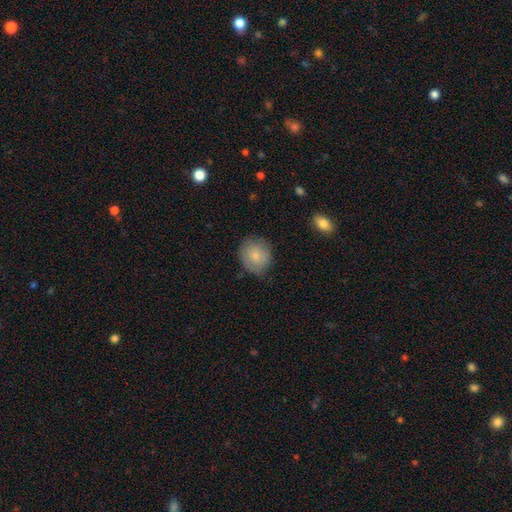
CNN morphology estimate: Smooth or featured? Predicted: smooth (p=0.80). How rounded? Predicted: round (p=0.82). Merging? Predicted: none (p=0.77).